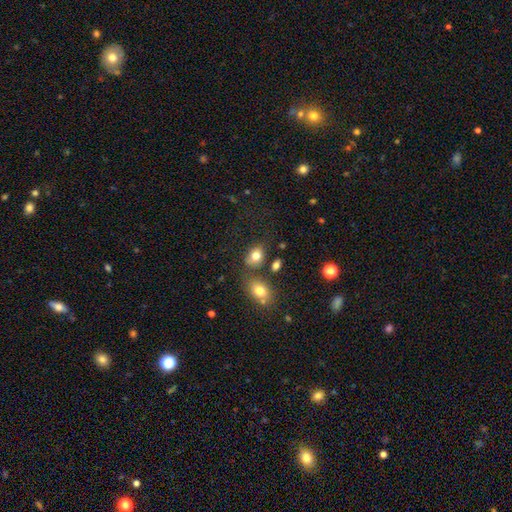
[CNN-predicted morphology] Overall: smooth (79%). How rounded: in between (71%). Merging: none (65%).